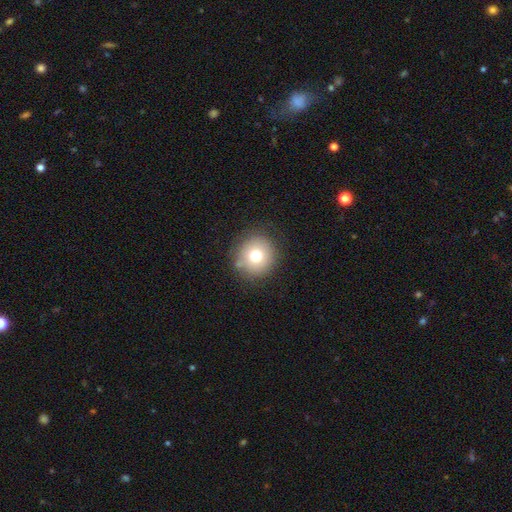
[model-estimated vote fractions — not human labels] smooth 74%, featured or disk 14%, star or artifact 12%. Down the decision tree: how rounded — round (90%); merging — none (83%).